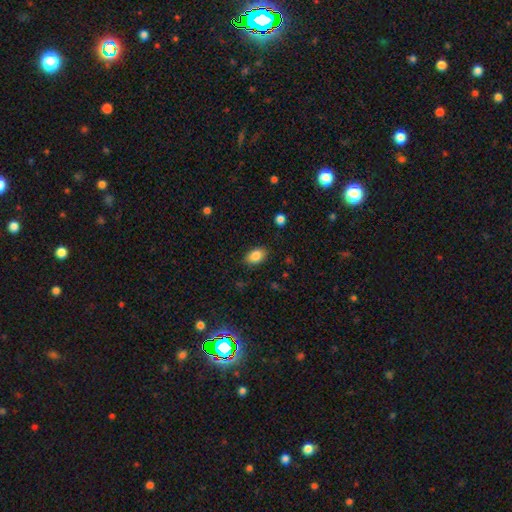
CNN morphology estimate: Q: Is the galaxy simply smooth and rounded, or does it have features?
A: smooth — 86%.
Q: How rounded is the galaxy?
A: in between — 87%.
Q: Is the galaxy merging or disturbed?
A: none — 86%.